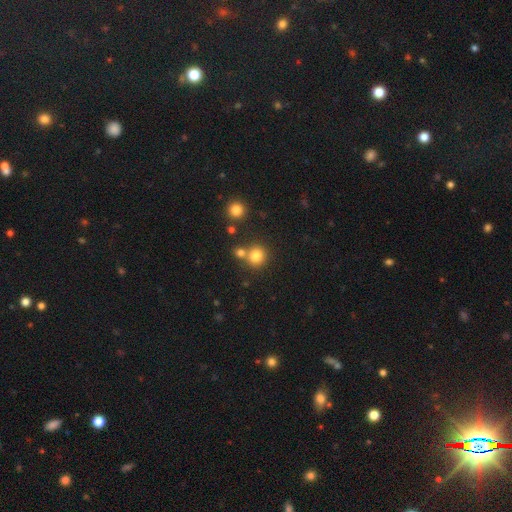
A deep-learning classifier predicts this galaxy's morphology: Smooth or featured? smooth (80%)
How rounded? round (89%)
Merging? none (66%)